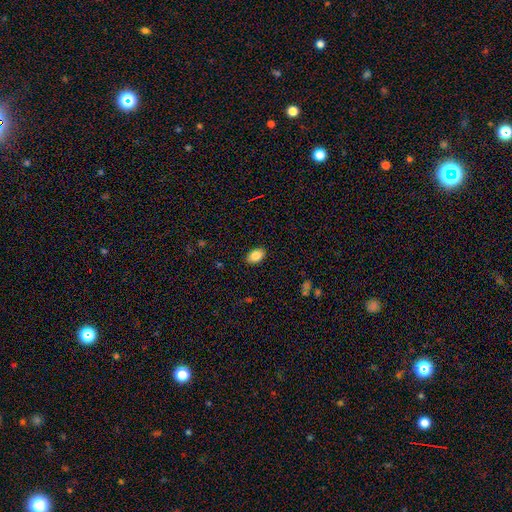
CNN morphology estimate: This appears to be a smooth galaxy with no disk features (86%) that is in between round and cigar-shaped (84%). Merging: none (89%).